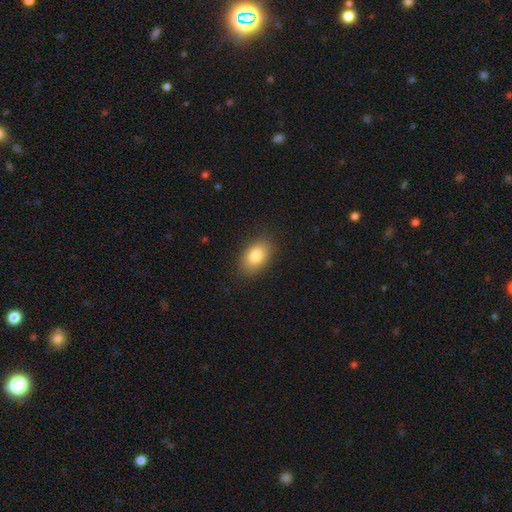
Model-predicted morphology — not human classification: This appears to be a smooth galaxy with no disk features (82%) that is in between round and cigar-shaped (88%). Merging: none (85%).